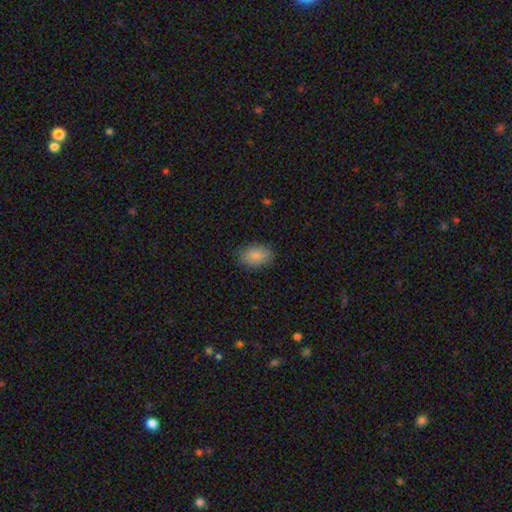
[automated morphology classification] Overall: smooth (85%). How rounded: in between (86%). Merging: none (83%).